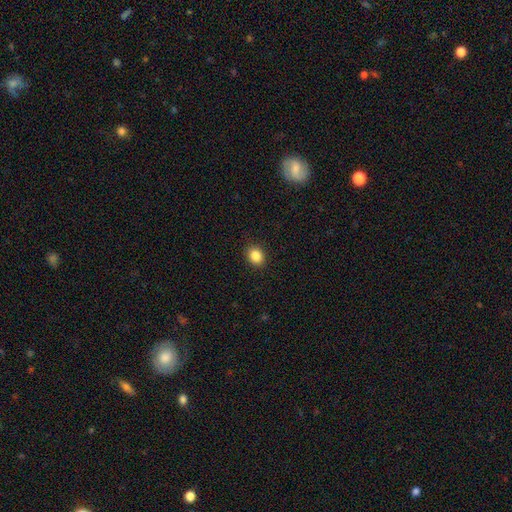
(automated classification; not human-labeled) Morphology: type=smooth (86%); roundness=round (56%); merging=none (91%).